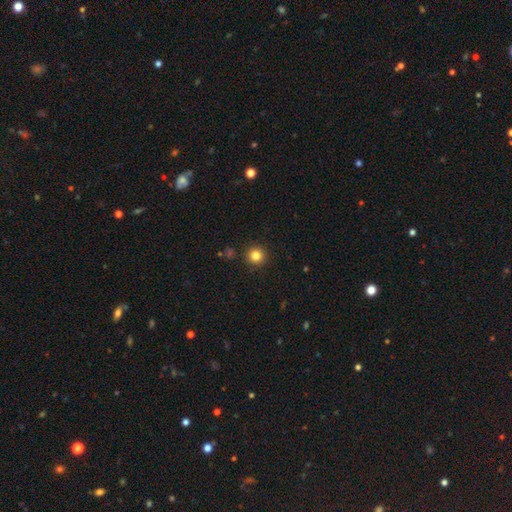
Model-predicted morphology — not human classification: Smooth or featured? smooth (83%)
How rounded? round (95%)
Merging? none (92%)